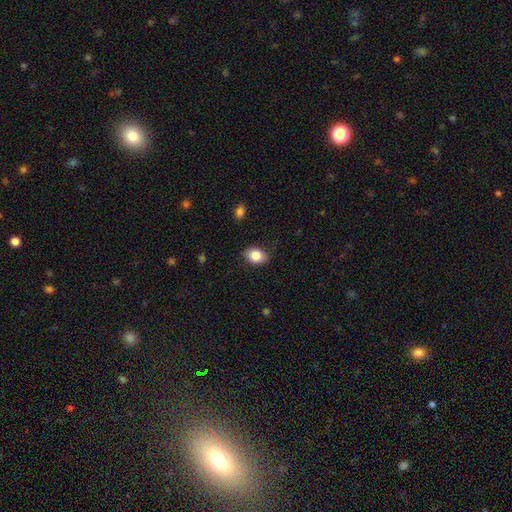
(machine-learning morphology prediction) Overall: smooth (85%). How rounded: in between (66%; round 33%). Merging: none (80%).